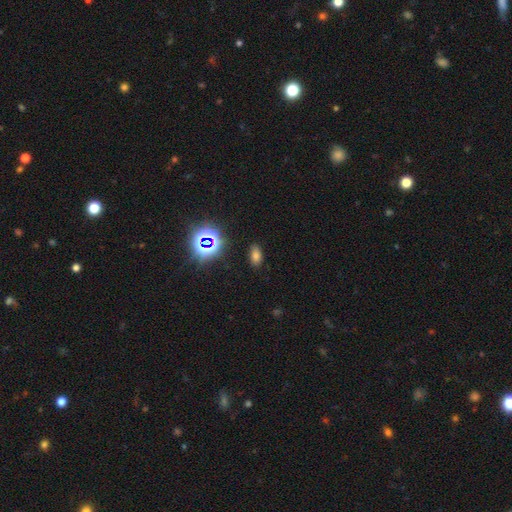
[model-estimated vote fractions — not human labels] Q: Smooth or featured?
A: smooth (69%); runner-up: star or artifact (24%)
Q: How rounded?
A: in between (87%); runner-up: round (8%)
Q: Merging?
A: none (86%); runner-up: minor disturbance (9%)